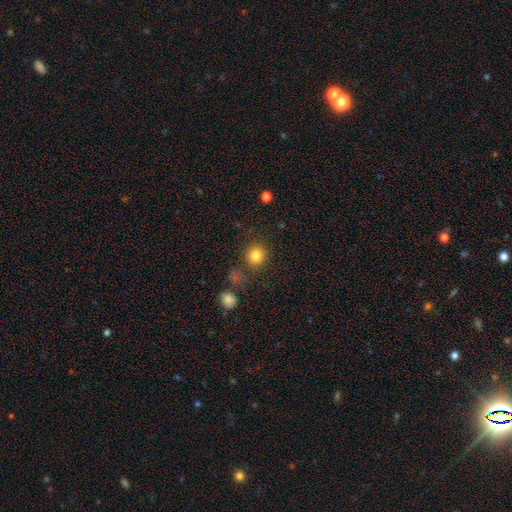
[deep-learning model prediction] Overall: smooth (83%). How rounded: round (89%). Merging: none (82%).